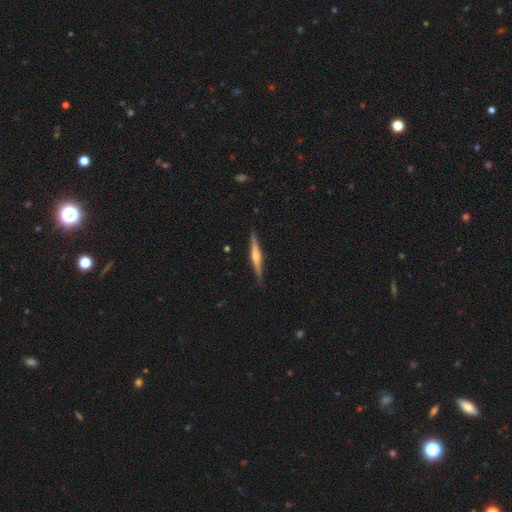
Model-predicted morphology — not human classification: Q: Smooth or featured?
A: featured or disk (76%); runner-up: smooth (19%)
Q: Edge-on disk?
A: yes (98%); runner-up: no (2%)
Q: Edge-on bulge?
A: rounded (82%); runner-up: boxy (11%)
Q: Merging?
A: none (91%); runner-up: minor disturbance (7%)